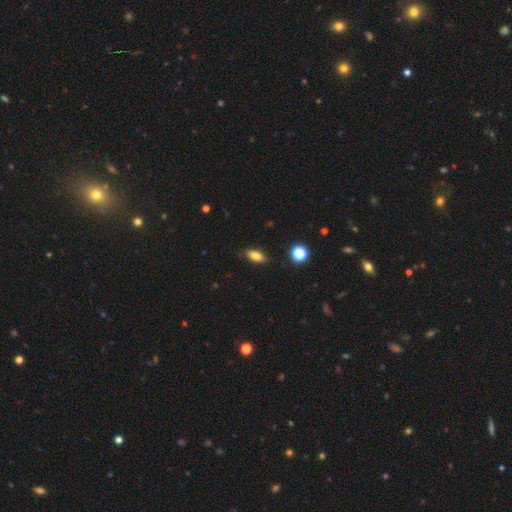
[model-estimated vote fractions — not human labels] Smooth or featured? Predicted: smooth (p=0.80). How rounded? Predicted: in between (p=0.84). Merging? Predicted: none (p=0.86).